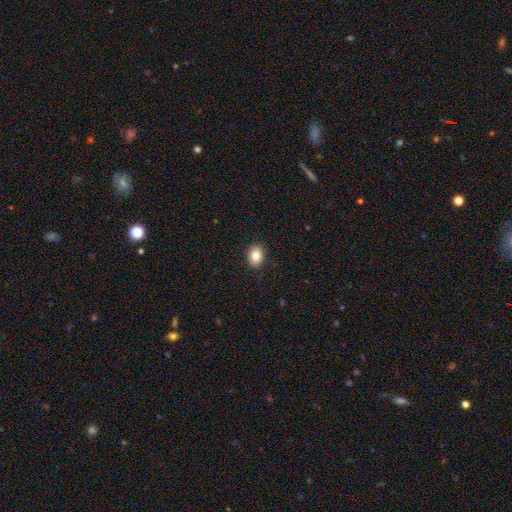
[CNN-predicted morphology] type=smooth (85%); roundness=in between (71%); merging=none (90%).